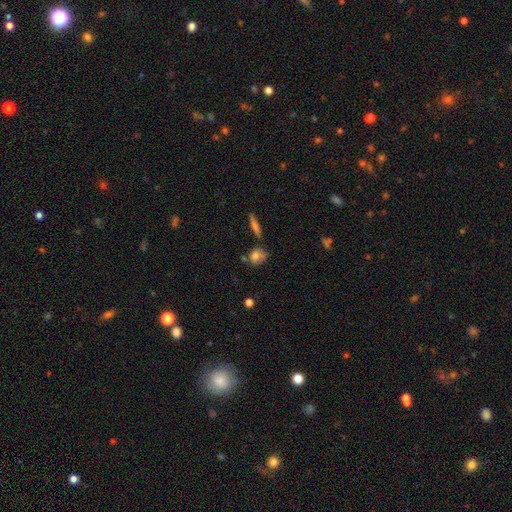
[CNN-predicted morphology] smooth 75%, featured or disk 16%, star or artifact 10%. Down the decision tree: how rounded — round (55%); merging — none (56%).